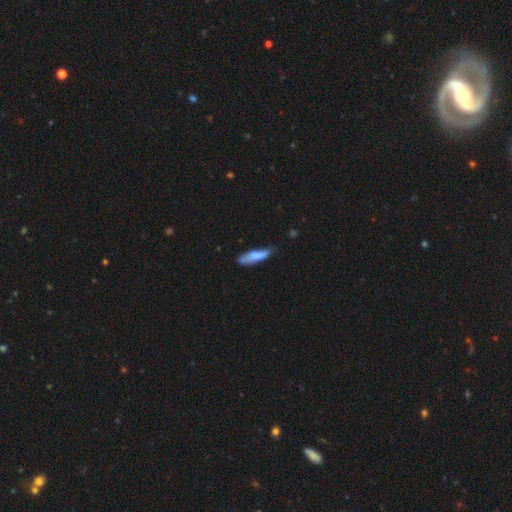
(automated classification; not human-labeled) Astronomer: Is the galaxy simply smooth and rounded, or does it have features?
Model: smooth — 70%.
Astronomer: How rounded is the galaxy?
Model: cigar-shaped — 73%.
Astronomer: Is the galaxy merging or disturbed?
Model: none — 59%.